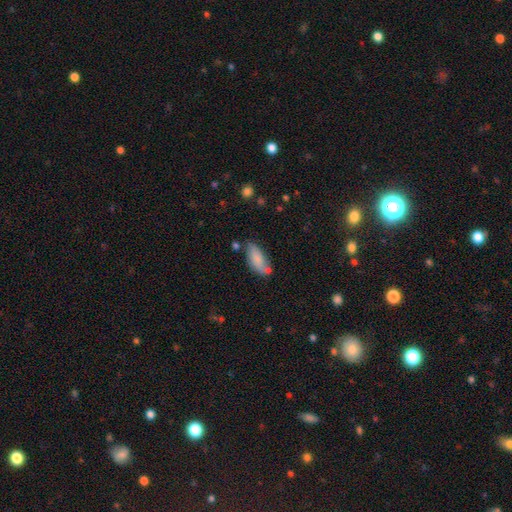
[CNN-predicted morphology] smooth 67%, featured or disk 23%, star or artifact 10%. Down the decision tree: how rounded — in between (78%); merging — none (63%).